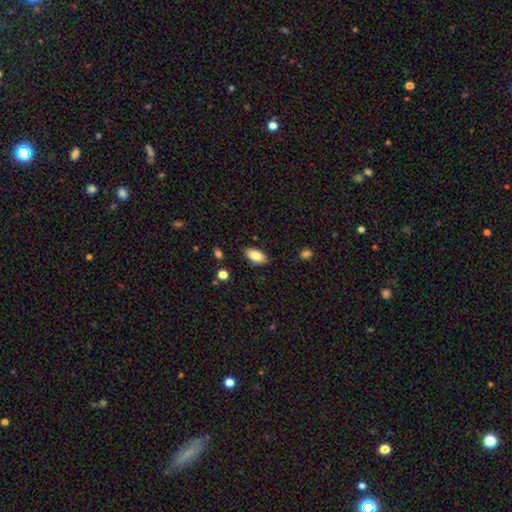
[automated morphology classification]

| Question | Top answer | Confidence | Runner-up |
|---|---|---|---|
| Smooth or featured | smooth | 83% | featured or disk (9%) |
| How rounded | in between | 93% | cigar-shaped (4%) |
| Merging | none | 87% | minor disturbance (10%) |